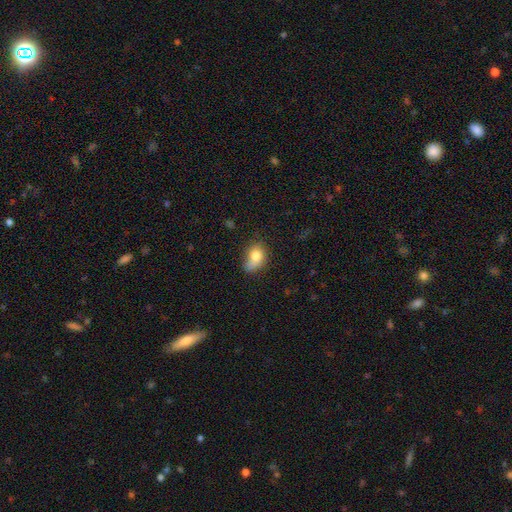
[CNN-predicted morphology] Smooth or featured? Predicted: smooth (p=0.76). How rounded? Predicted: in between (p=0.70). Merging? Predicted: none (p=0.42).